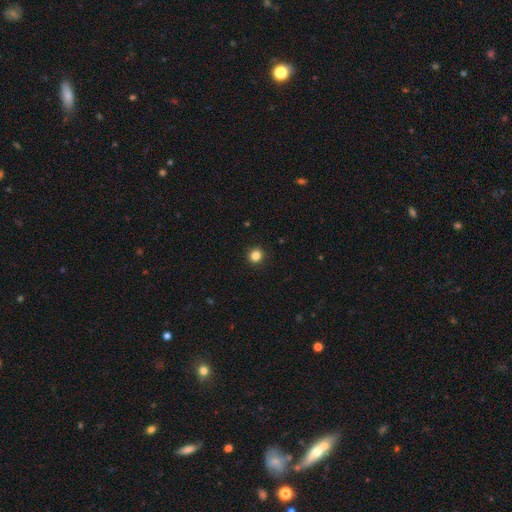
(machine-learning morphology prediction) Overall: smooth (85%). How rounded: round (92%). Merging: none (92%).